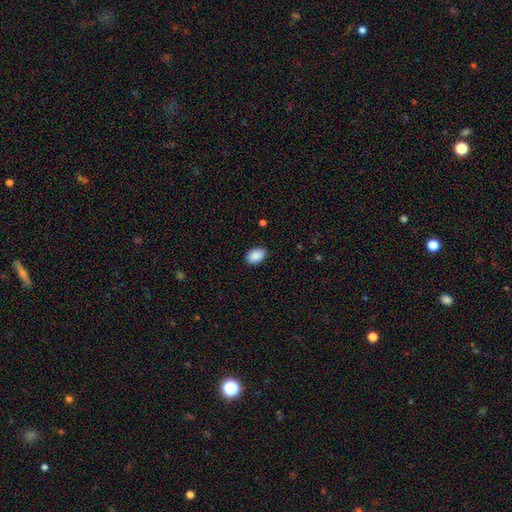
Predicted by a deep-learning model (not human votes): Smooth or featured?
  - smooth: 90% *
  - star or artifact: 7%
  - featured or disk: 3%
How rounded?
  - in between: 87% *
  - round: 12%
  - cigar-shaped: 1%
Merging?
  - none: 88% *
  - minor disturbance: 9%
  - major disturbance: 2%
  - merger: 1%